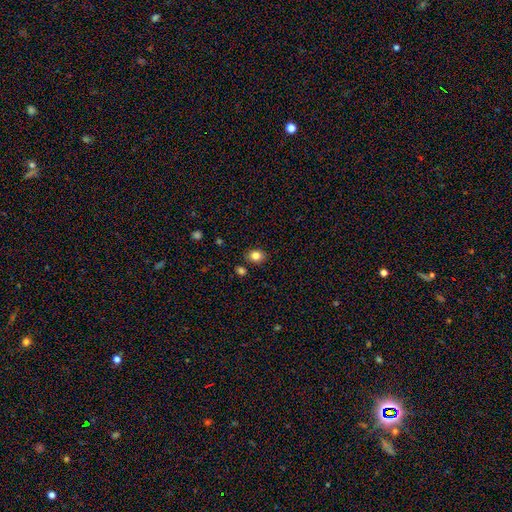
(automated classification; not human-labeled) Smooth or featured? Predicted: smooth (p=0.82). How rounded? Predicted: round (p=0.53). Merging? Predicted: none (p=0.85).